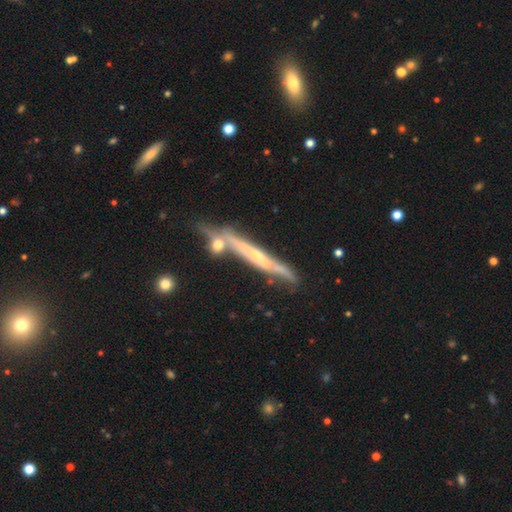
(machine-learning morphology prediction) Smooth or featured?
  - featured or disk: 74% *
  - smooth: 19%
  - star or artifact: 7%
Edge-on disk?
  - yes: 92% *
  - no: 8%
Edge-on bulge?
  - rounded: 50% *
  - none: 43%
  - boxy: 7%
Merging?
  - none: 69% *
  - minor disturbance: 16%
  - merger: 11%
  - major disturbance: 4%